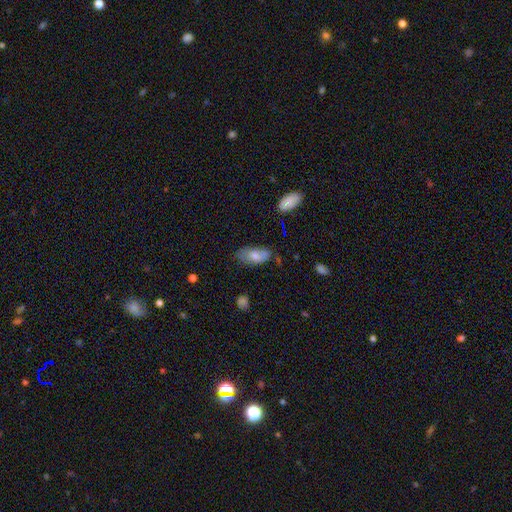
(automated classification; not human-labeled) smooth_or_featured: smooth (p=0.70) [alt: featured or disk p=0.22]
how_rounded: in between (p=0.90) [alt: cigar-shaped p=0.07]
merging: none (p=0.54) [alt: minor disturbance p=0.32]